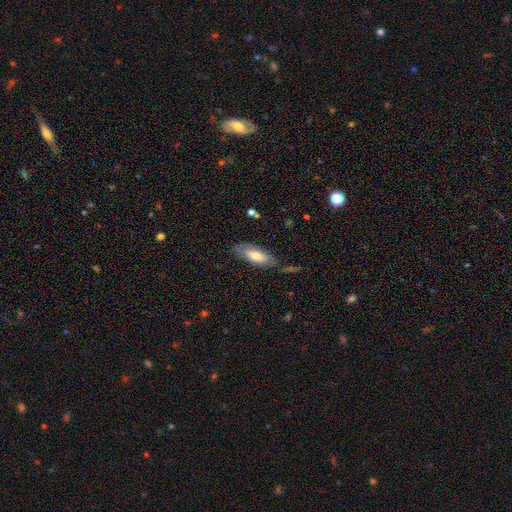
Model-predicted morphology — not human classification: smooth-or-featured: smooth: 62% | featured or disk: 32% | star or artifact: 6%
  how-rounded: in between: 72% | cigar-shaped: 26% | round: 2%
  merging: none: 68% | minor disturbance: 21% | major disturbance: 7% | merger: 3%